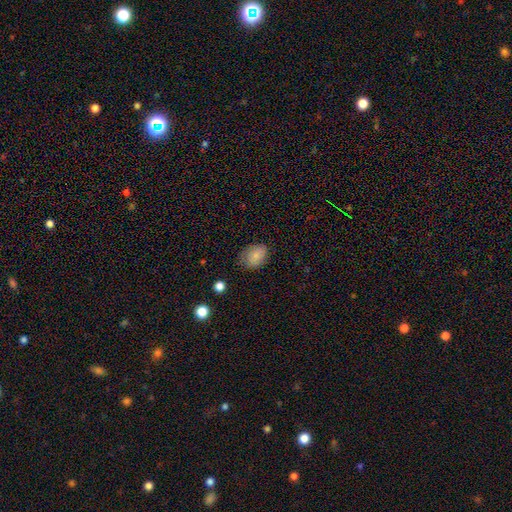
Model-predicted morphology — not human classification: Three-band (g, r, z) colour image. It shows a smooth galaxy with no disk features (79%) that is in between round and cigar-shaped (70%). Merging: none (70%).